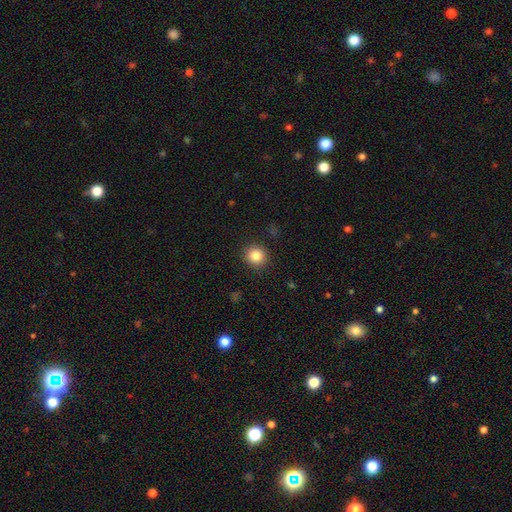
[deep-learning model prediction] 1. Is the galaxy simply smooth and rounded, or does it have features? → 84% smooth, 10% star or artifact, 5% featured or disk.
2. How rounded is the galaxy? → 87% round, 13% in between, 1% cigar-shaped.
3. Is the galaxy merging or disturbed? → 90% none, 7% minor disturbance, 2% major disturbance, 1% merger.